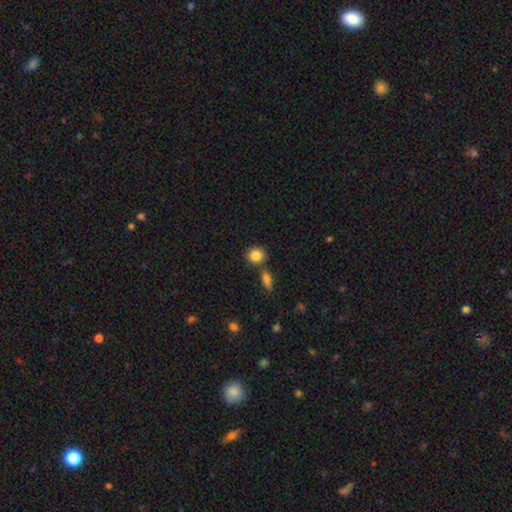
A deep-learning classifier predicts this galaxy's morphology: A smooth galaxy with no disk features (87%) that is round (77%). Merging: none (71%).